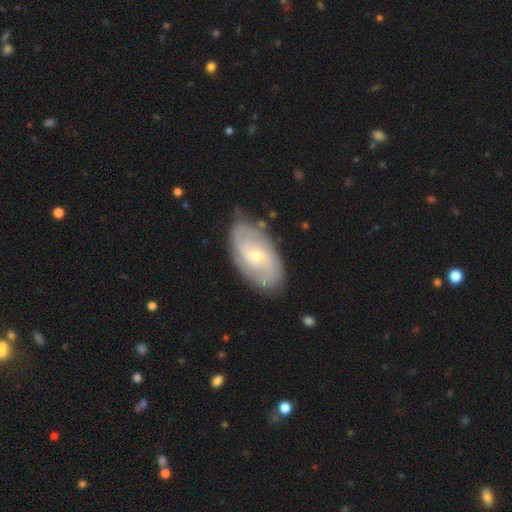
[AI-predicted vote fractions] Smooth or featured? featured or disk (74%)
Edge-on disk? no (95%)
Bar? no (53%)
Spiral arms? yes (90%)
Spiral winding? tight (44%)
Spiral arm count? 2 (53%)
Bulge size? small (62%)
Merging? none (77%)